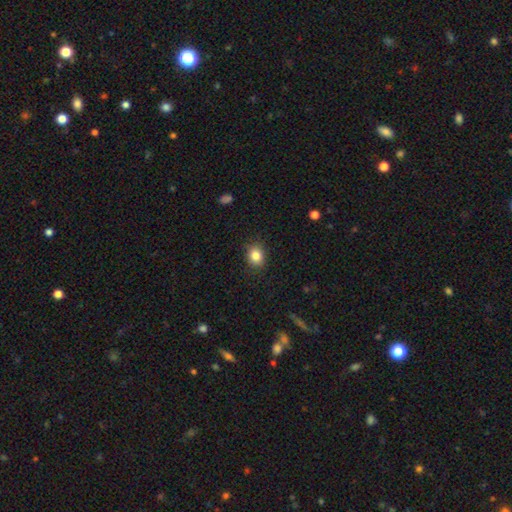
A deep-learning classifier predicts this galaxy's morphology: Q: Smooth or featured?
A: smooth (85%); runner-up: star or artifact (10%)
Q: How rounded?
A: round (58%); runner-up: in between (41%)
Q: Merging?
A: none (86%); runner-up: minor disturbance (10%)